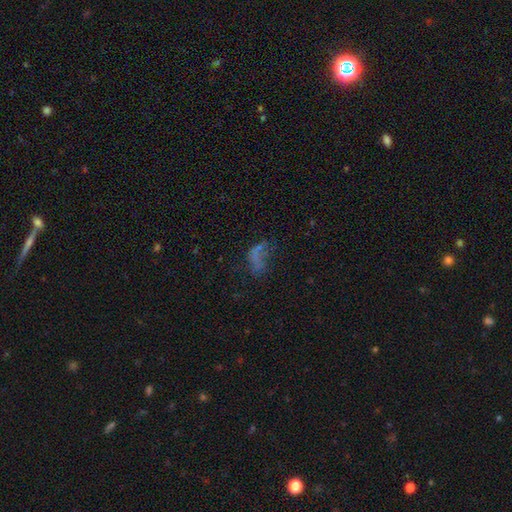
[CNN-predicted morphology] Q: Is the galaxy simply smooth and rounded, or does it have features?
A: star or artifact — 37%.